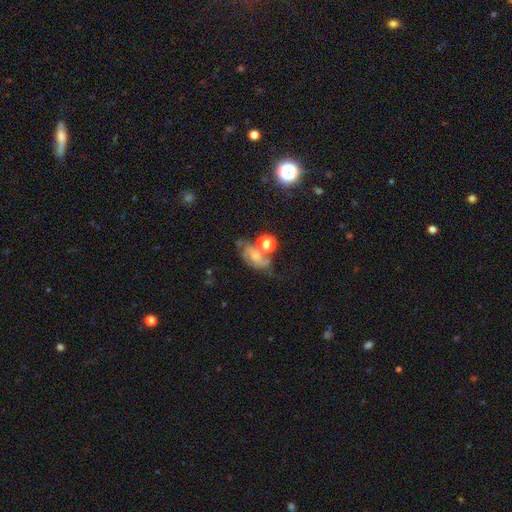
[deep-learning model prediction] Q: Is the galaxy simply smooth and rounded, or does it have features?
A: featured or disk — 50%.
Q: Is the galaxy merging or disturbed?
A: none — 38%.